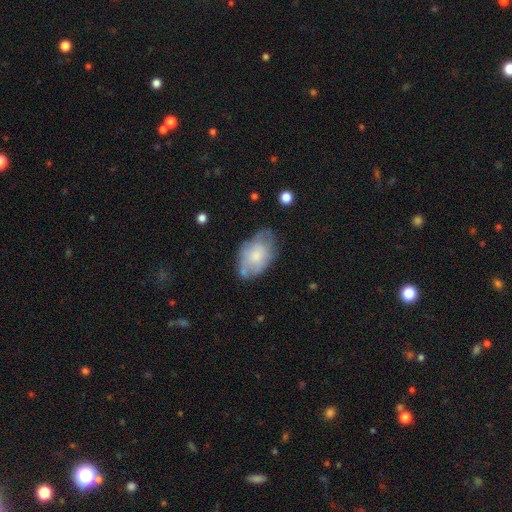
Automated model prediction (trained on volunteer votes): Smooth or featured? Predicted: smooth (p=0.59). How rounded? Predicted: in between (p=0.91). Merging? Predicted: none (p=0.52).